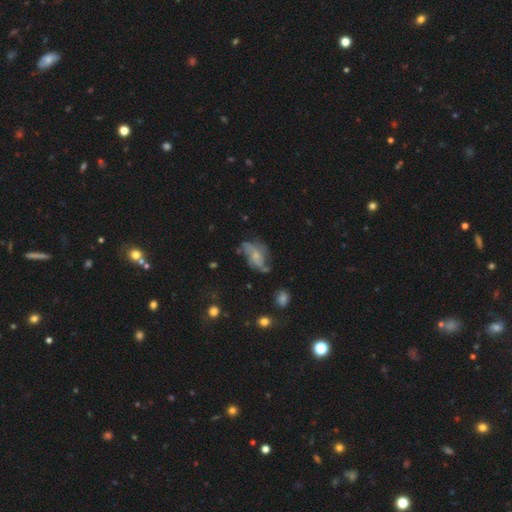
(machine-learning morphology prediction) type=featured or disk (64%); edge-on=no (96%); bar=no (70%); spiral arms=yes (74%); bulge=small (46%); merging=none (45%).